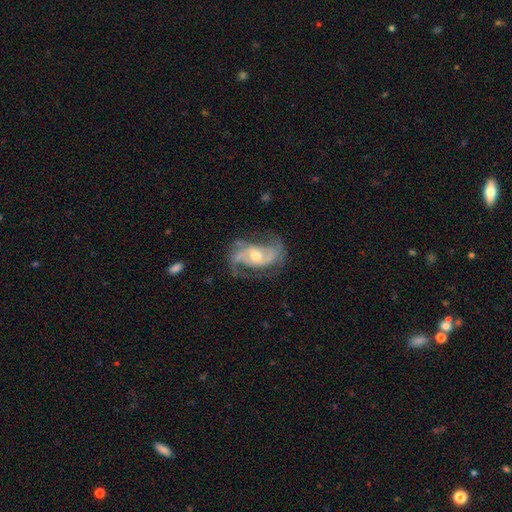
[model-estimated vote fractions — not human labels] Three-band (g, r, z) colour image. It shows a featured or disk galaxy (85%) with no bar (49%), 2 (75%) medium (47%) spiral arms (93%) and a moderate central bulge (63%). Merging: none (61%).